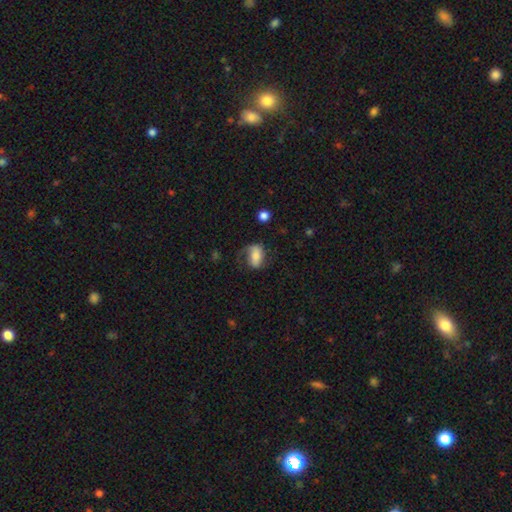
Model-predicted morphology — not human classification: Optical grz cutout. It shows a smooth galaxy with no disk features (57%) that is in between round and cigar-shaped (84%). Merging: none (49%).